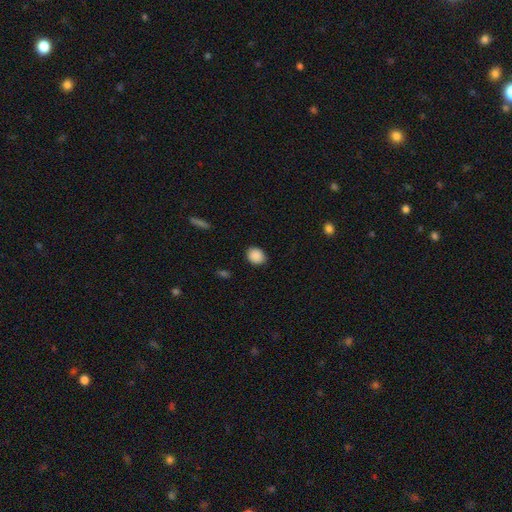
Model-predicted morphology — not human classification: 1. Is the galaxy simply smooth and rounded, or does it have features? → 89% smooth, 8% star or artifact, 3% featured or disk.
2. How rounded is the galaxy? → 62% round, 37% in between, 1% cigar-shaped.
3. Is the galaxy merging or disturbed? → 87% none, 10% minor disturbance, 2% major disturbance, 1% merger.